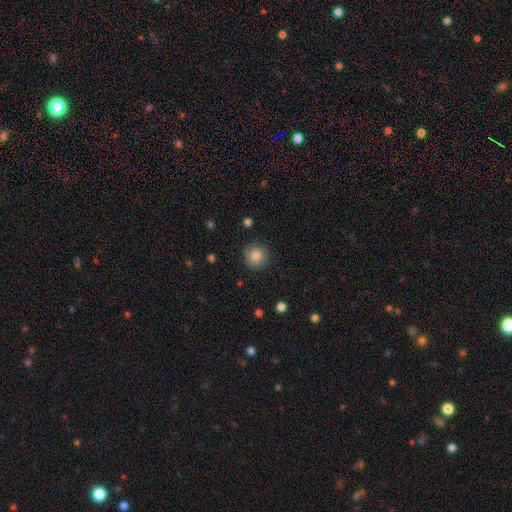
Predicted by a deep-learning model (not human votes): A smooth galaxy with no disk features (85%) that is round (93%).

Vote fractions:
- Smooth or featured? smooth: 85% / star or artifact: 9% / featured or disk: 6%
- How rounded? round: 93% / in between: 6% / cigar-shaped: 1%
- Merging? none: 89% / minor disturbance: 8% / major disturbance: 2% / merger: 1%